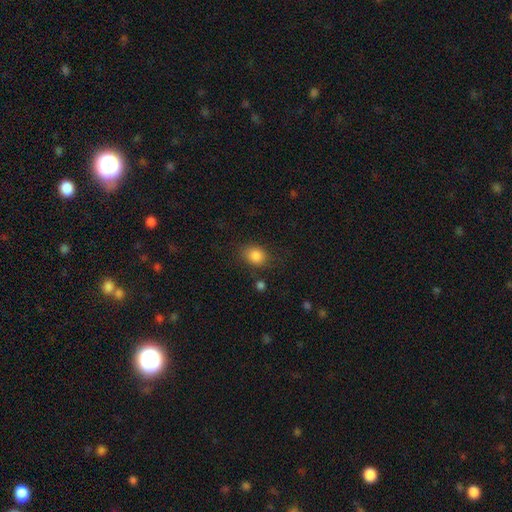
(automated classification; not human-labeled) smooth_or_featured: smooth (p=0.85) [alt: star or artifact p=0.10]
how_rounded: in between (p=0.52) [alt: round p=0.47]
merging: none (p=0.75) [alt: minor disturbance p=0.15]